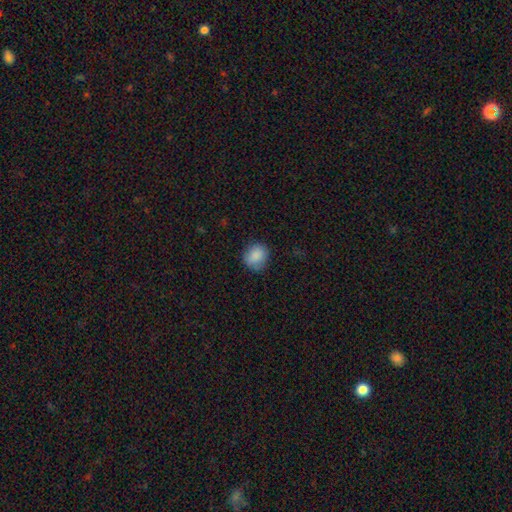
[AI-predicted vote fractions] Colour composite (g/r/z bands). It shows a smooth galaxy with no disk features (87%) that is round (70%). Merging: none (78%).